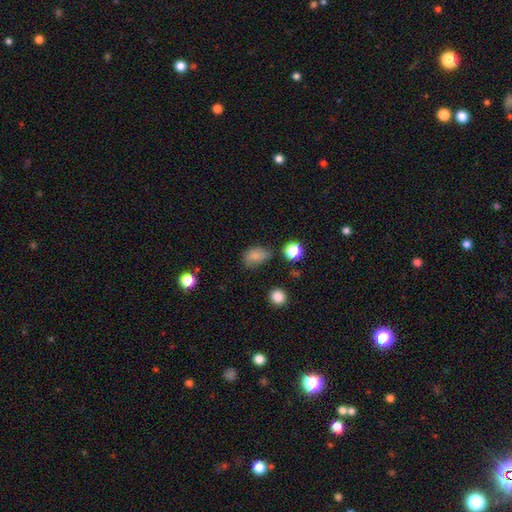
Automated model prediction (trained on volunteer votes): The model was most divided on "merging": none: 59%, minor disturbance: 29%, major disturbance: 8%, merger: 4%. More confident: smooth or featured — smooth (78%); how rounded — in between (76%).